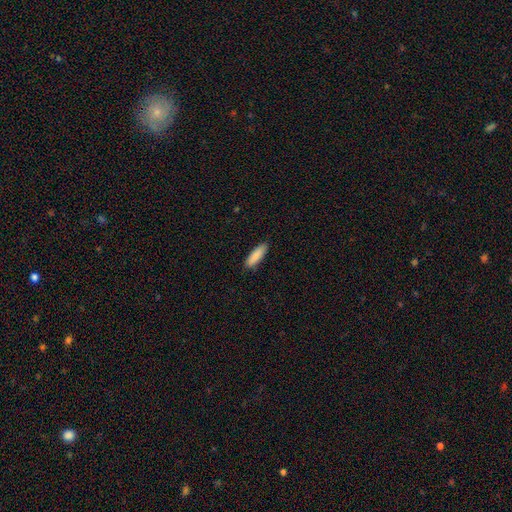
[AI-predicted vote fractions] smooth 88%, featured or disk 7%, star or artifact 6%. Down the decision tree: how rounded — cigar-shaped (57%); merging — none (88%).